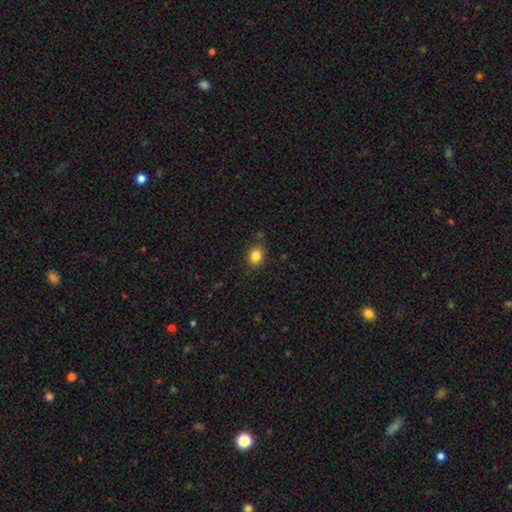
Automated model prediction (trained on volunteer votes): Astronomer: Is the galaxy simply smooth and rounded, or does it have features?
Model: smooth — 85%.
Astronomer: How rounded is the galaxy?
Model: in between — 53% (runner-up: round, 46%).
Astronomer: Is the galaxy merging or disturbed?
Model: none — 82%.